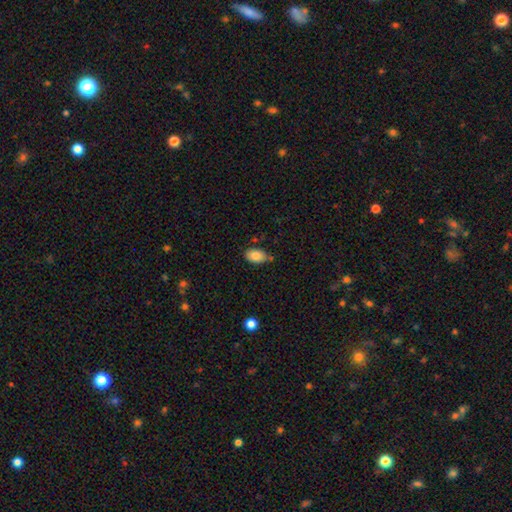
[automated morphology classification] The model was most divided on "merging": none: 72%, minor disturbance: 19%, merger: 6%, major disturbance: 3%. More confident: how rounded — in between (90%); smooth or featured — smooth (86%).